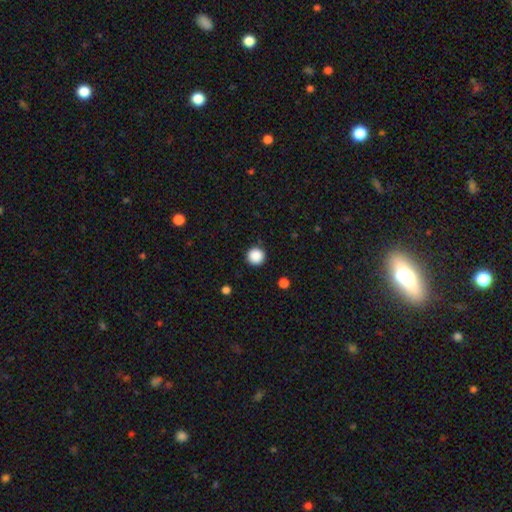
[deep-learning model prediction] Smooth or featured?
  - smooth: 88% *
  - star or artifact: 10%
  - featured or disk: 2%
How rounded?
  - round: 96% *
  - in between: 3%
  - cigar-shaped: 1%
Merging?
  - none: 91% *
  - minor disturbance: 6%
  - major disturbance: 2%
  - merger: 1%